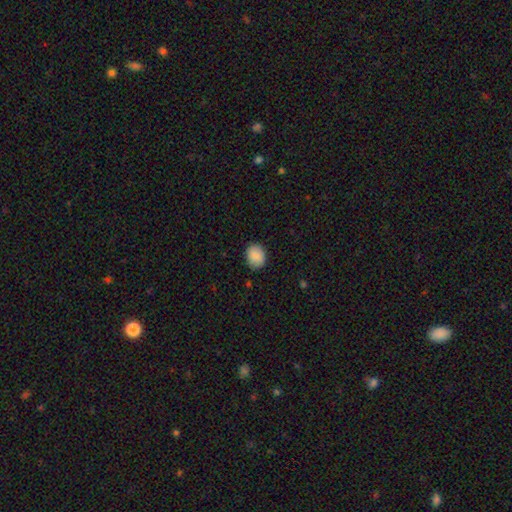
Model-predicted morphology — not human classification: Smooth or featured?
  - smooth: 88% *
  - star or artifact: 8%
  - featured or disk: 4%
How rounded?
  - round: 54% *
  - in between: 45%
  - cigar-shaped: 1%
Merging?
  - none: 86% *
  - minor disturbance: 10%
  - major disturbance: 2%
  - merger: 1%